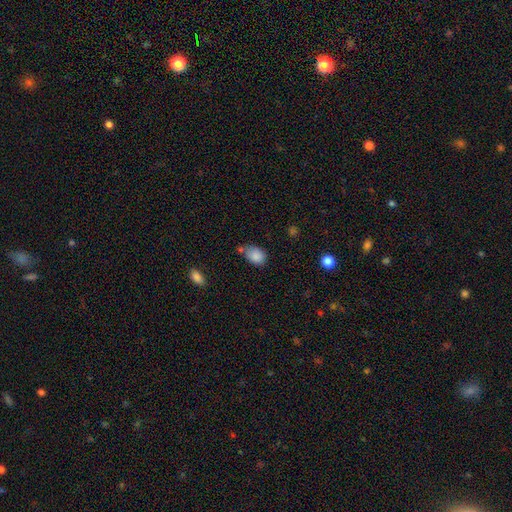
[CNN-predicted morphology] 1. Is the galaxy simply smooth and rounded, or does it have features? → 86% smooth, 9% star or artifact, 5% featured or disk.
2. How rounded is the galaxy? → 80% in between, 19% round, 1% cigar-shaped.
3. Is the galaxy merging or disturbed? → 50% none, 29% minor disturbance, 14% merger, 7% major disturbance.